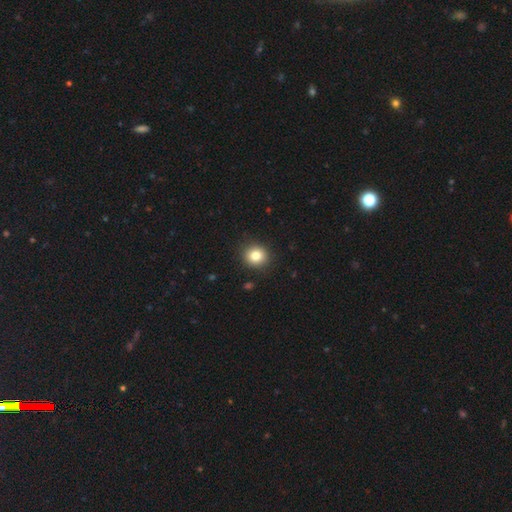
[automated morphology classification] A smooth galaxy with no disk features (81%) that is round (86%). Merging: none (90%).